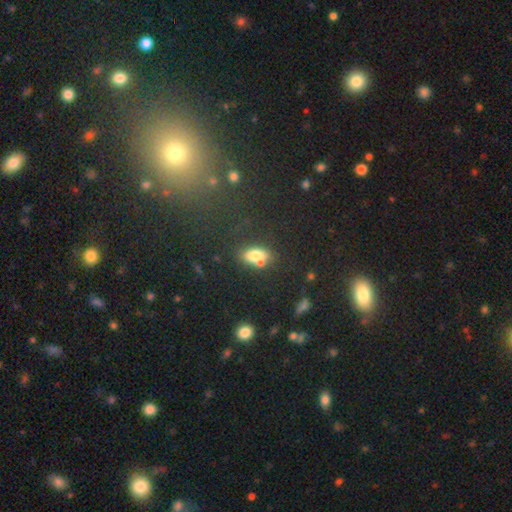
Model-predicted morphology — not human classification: Smooth or featured: smooth — 74% (star or artifact — 15%)
How rounded: in between — 80% (round — 14%)
Merging: none — 56% (merger — 22%)